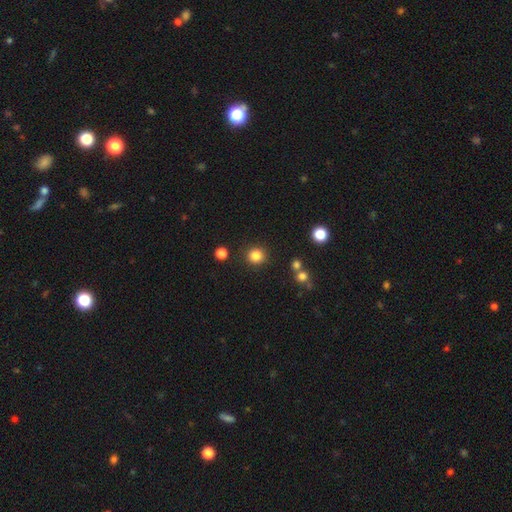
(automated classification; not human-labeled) smooth-or-featured: smooth: 83% | star or artifact: 12% | featured or disk: 5%
  how-rounded: round: 92% | in between: 7% | cigar-shaped: 1%
  merging: none: 89% | minor disturbance: 6% | merger: 3% | major disturbance: 2%